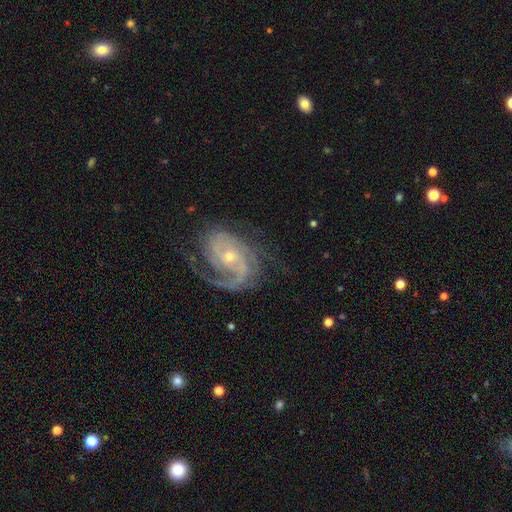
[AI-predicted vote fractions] Smooth or featured? featured or disk (81%)
Edge-on disk? no (97%)
Bar? no (62%)
Spiral arms? yes (95%)
Spiral winding? tight (50%)
Spiral arm count? 2 (47%)
Bulge size? small (61%)
Merging? none (67%)